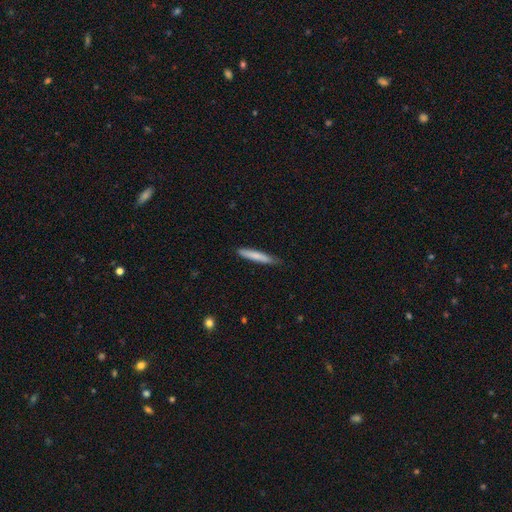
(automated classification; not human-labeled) Q: Smooth or featured?
A: smooth (78%); runner-up: featured or disk (16%)
Q: How rounded?
A: cigar-shaped (93%); runner-up: in between (6%)
Q: Merging?
A: none (81%); runner-up: minor disturbance (16%)